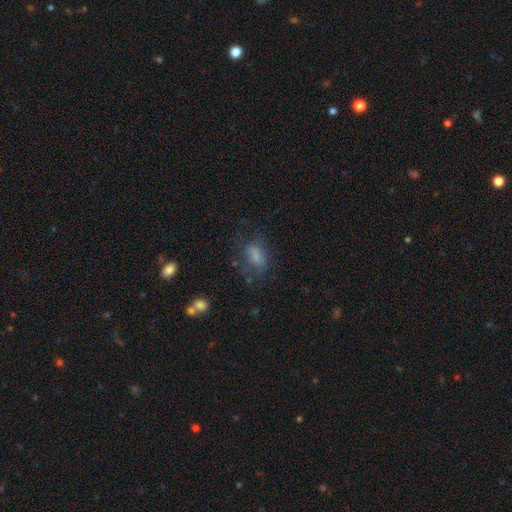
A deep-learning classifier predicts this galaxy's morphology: A smooth galaxy with no disk features (68%) that is in between round and cigar-shaped (81%). Merging: none (53%).